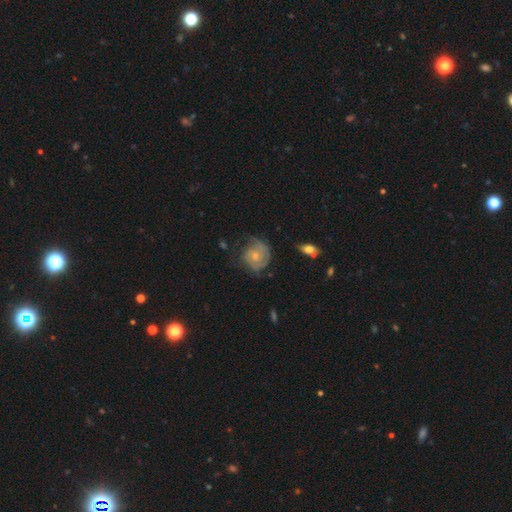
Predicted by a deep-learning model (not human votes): Smooth or featured? Predicted: featured or disk (p=0.71). Edge-on disk? Predicted: no (p=0.97). Bar? Predicted: no (p=0.73). Spiral arms? Predicted: yes (p=0.89). Spiral winding? Predicted: tight (p=0.66). Spiral arm count? Predicted: can't tell (p=0.33, tied with 2). Bulge size? Predicted: small (p=0.50). Merging? Predicted: none (p=0.58).